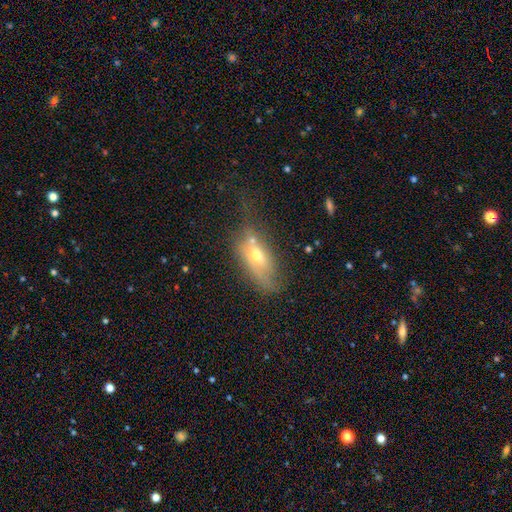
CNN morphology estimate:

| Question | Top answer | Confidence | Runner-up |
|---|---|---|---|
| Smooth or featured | smooth | 48% | featured or disk (40%) |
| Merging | none | 38% | minor disturbance (25%) |